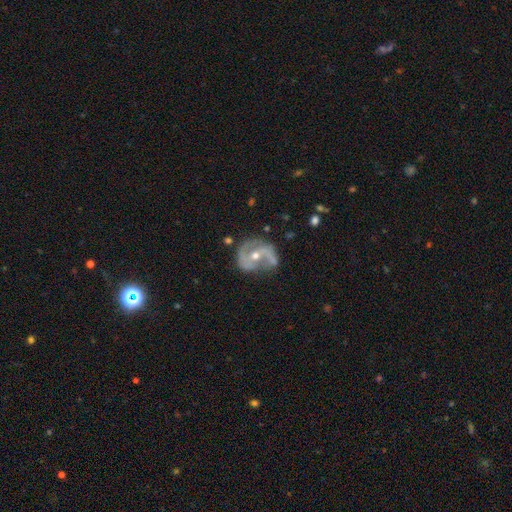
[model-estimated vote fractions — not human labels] This is clearly a featured or disk galaxy (84%). It is clearly not viewed edge-on (97%). Bar: marginally no (44%). Spiral arm pattern: clearly yes (91%). Spiral arm count: likely 2 (79%). Spiral winding: possibly medium (48%). Central bulge: possibly moderate (59%). Merging: possibly none (58%).